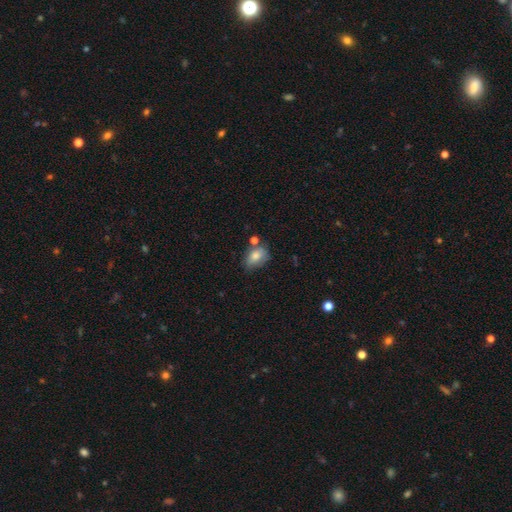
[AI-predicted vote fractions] Smooth or featured?
  - smooth: 78% *
  - featured or disk: 14%
  - star or artifact: 8%
How rounded?
  - in between: 79% *
  - round: 19%
  - cigar-shaped: 2%
Merging?
  - none: 54% *
  - minor disturbance: 26%
  - merger: 13%
  - major disturbance: 7%